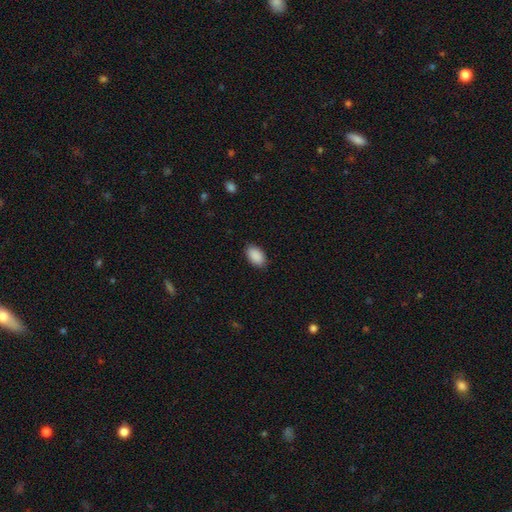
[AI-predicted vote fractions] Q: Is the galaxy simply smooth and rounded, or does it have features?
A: smooth — 91%.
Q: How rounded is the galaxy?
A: in between — 93%.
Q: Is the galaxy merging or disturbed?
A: none — 87%.